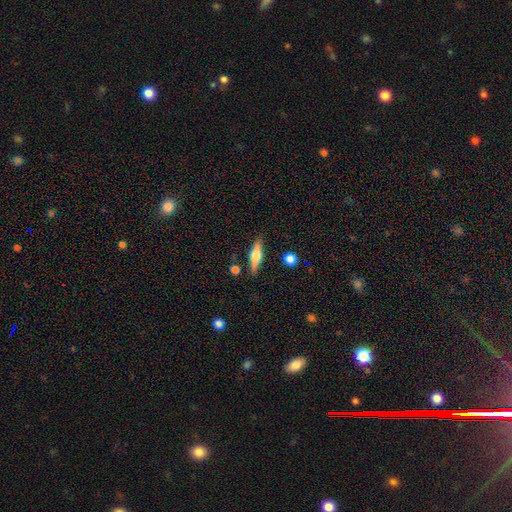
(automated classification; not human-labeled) This appears to be a featured or disk galaxy (54%) viewed edge-on (95%) with a rounded central bulge (91%). Merging: none (86%).